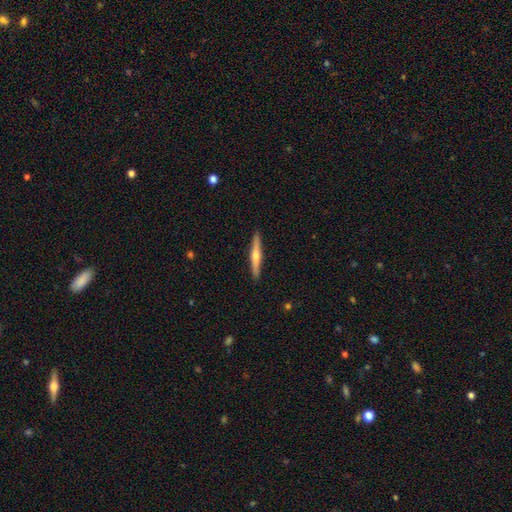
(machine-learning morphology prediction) smooth-or-featured: featured or disk: 61% | smooth: 34% | star or artifact: 5%
  disk-edge-on: yes: 97% | no: 3%
    edge-on-bulge: rounded: 87% | none: 8% | boxy: 5%
  merging: none: 92% | minor disturbance: 6% | major disturbance: 1% | merger: 1%